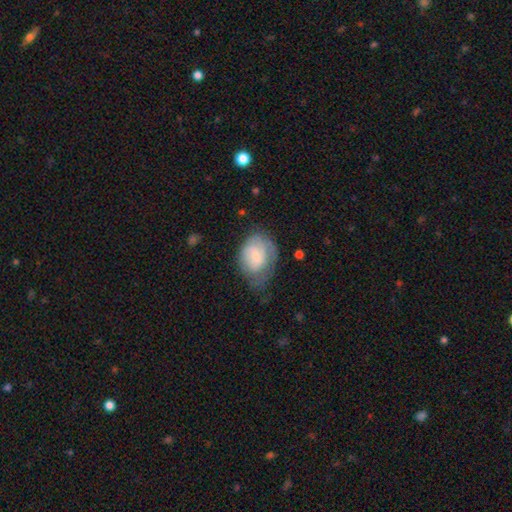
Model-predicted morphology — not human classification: This appears to be a smooth galaxy with no disk features (63%) that is in between round and cigar-shaped (70%). Merging: minor disturbance (36%).